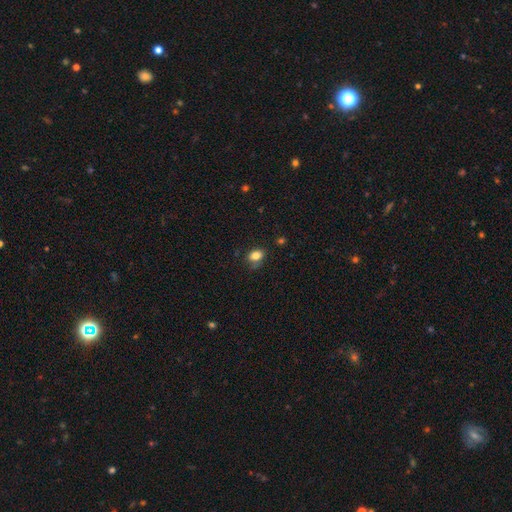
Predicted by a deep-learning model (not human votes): Morphology: type=smooth (83%); roundness=in between (74%); merging=none (70%).